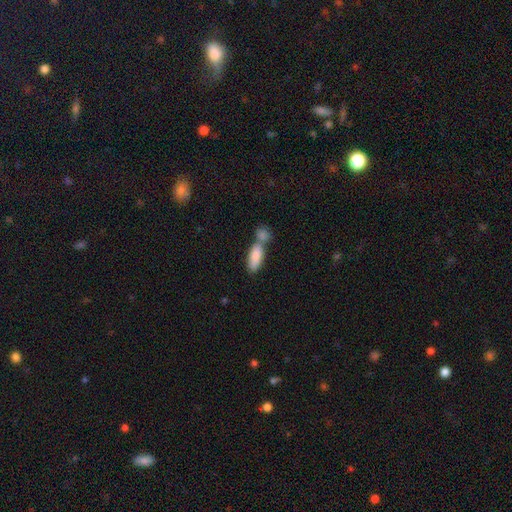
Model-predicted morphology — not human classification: smooth 84%, featured or disk 10%, star or artifact 6%. Down the decision tree: how rounded — in between (74%); merging — merger (50%).